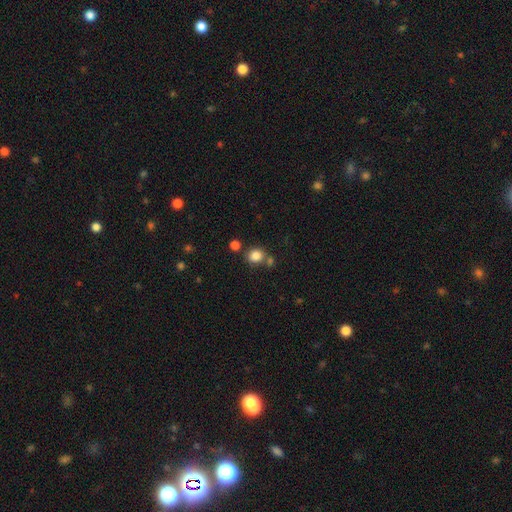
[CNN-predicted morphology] smooth-or-featured: smooth: 84% | star or artifact: 11% | featured or disk: 5%
  how-rounded: round: 74% | in between: 25% | cigar-shaped: 1%
  merging: none: 70% | merger: 16% | minor disturbance: 11% | major disturbance: 4%